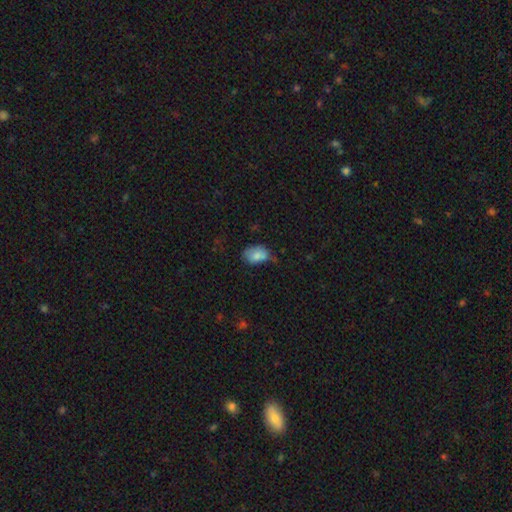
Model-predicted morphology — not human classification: Smooth or featured?
  - smooth: 81% *
  - featured or disk: 11%
  - star or artifact: 9%
How rounded?
  - in between: 84% *
  - round: 15%
  - cigar-shaped: 1%
Merging?
  - none: 48% *
  - minor disturbance: 35%
  - major disturbance: 11%
  - merger: 6%